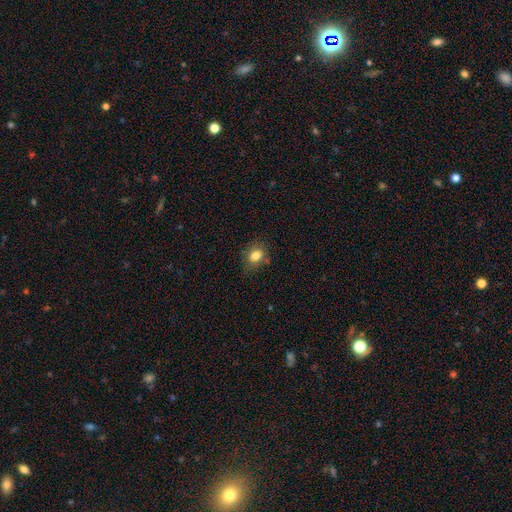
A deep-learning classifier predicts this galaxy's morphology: Overall: smooth (82%). How rounded: in between (57%; round 42%). Merging: none (76%).